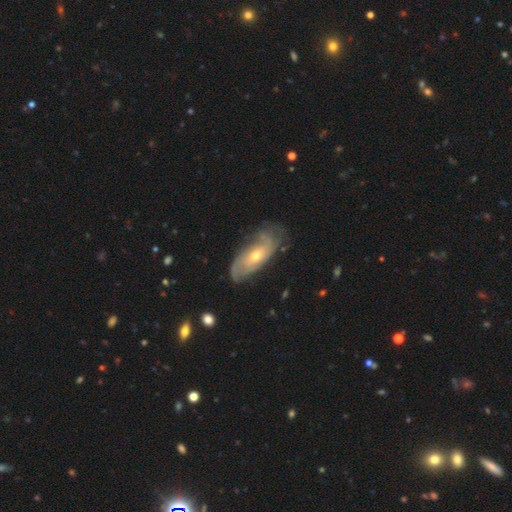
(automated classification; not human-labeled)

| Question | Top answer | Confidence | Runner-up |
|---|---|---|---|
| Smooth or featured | featured or disk | 73% | smooth (21%) |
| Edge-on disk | no | 88% | yes (12%) |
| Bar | no | 71% | weak (24%) |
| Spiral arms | yes | 87% | no (13%) |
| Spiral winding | tight | 46% | medium (35%) |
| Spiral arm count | can't tell | 41% | 2 (38%) |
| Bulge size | moderate | 50% | small (47%) |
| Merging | none | 67% | minor disturbance (23%) |